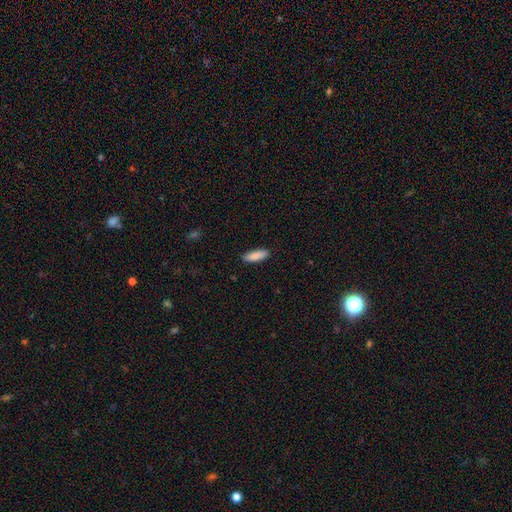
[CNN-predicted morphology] This is clearly a smooth galaxy (88%). How rounded: possibly in between (50%). Merging: clearly none (88%).